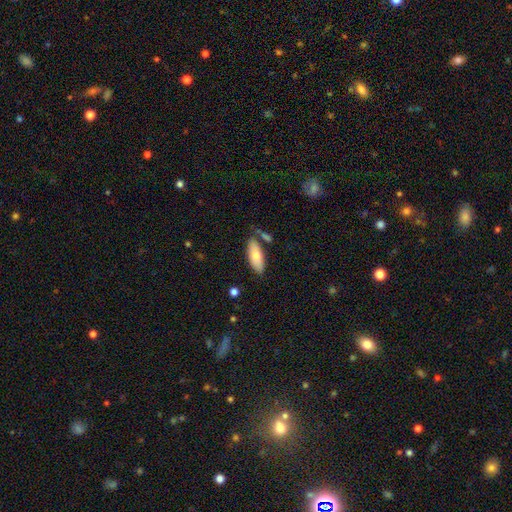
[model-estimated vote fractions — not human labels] Smooth or featured? Predicted: smooth (p=0.77). How rounded? Predicted: in between (p=0.75). Merging? Predicted: none (p=0.74).